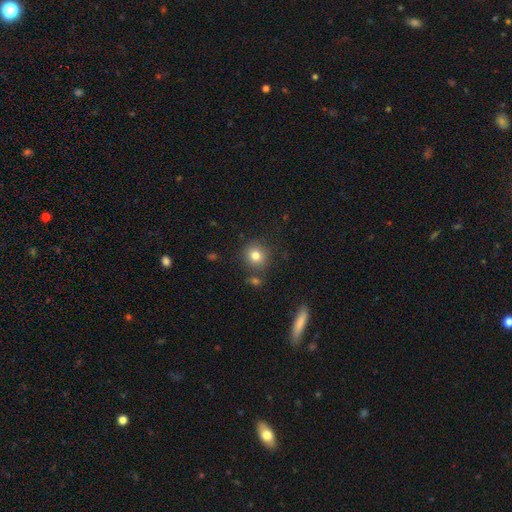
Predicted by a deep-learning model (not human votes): This is clearly a smooth galaxy (80%). How rounded: clearly round (88%). Merging: clearly none (82%).